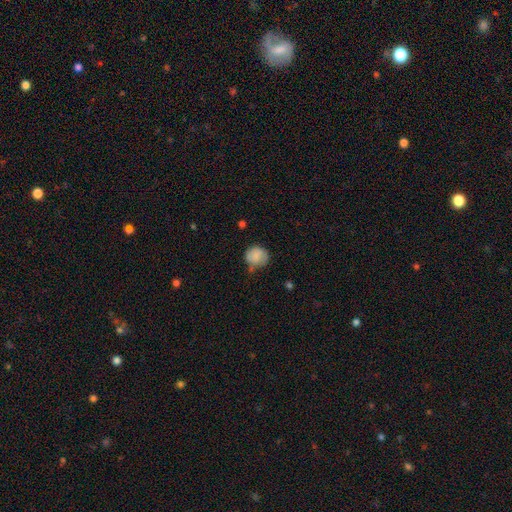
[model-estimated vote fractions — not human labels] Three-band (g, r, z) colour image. It shows a smooth galaxy with no disk features (80%) that is round (81%). Merging: none (58%).